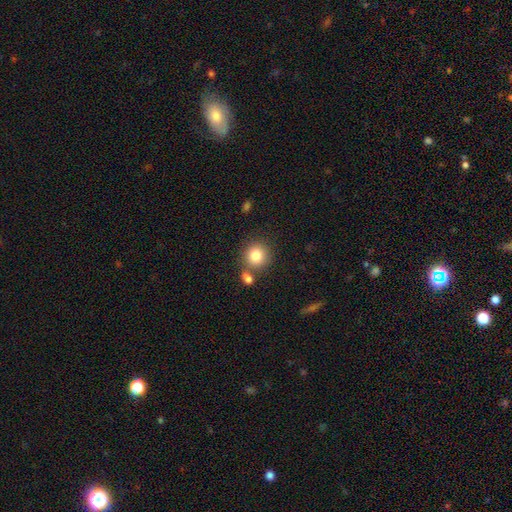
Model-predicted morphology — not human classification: Q: Smooth or featured?
A: smooth (83%); runner-up: star or artifact (9%)
Q: How rounded?
A: round (88%); runner-up: in between (11%)
Q: Merging?
A: none (65%); runner-up: merger (21%)